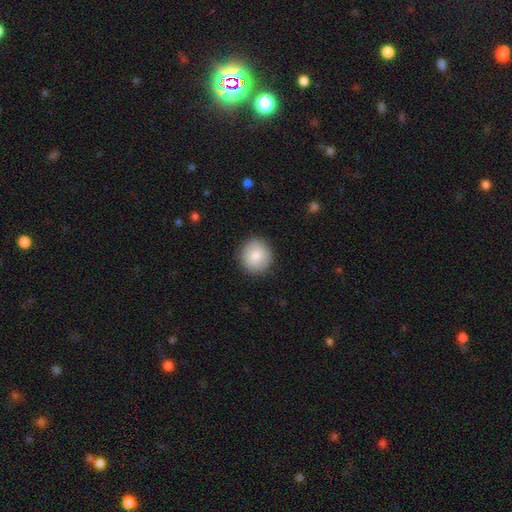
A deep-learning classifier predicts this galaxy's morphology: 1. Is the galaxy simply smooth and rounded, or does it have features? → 83% smooth, 9% featured or disk, 7% star or artifact.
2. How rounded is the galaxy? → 89% round, 10% in between, 1% cigar-shaped.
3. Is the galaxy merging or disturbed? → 90% none, 7% minor disturbance, 2% major disturbance, 1% merger.